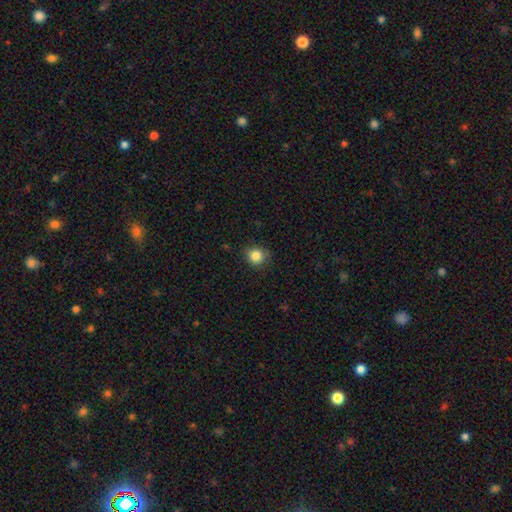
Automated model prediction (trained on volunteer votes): Smooth or featured: smooth — 84% (star or artifact — 11%)
How rounded: round — 84% (in between — 15%)
Merging: none — 84% (minor disturbance — 12%)